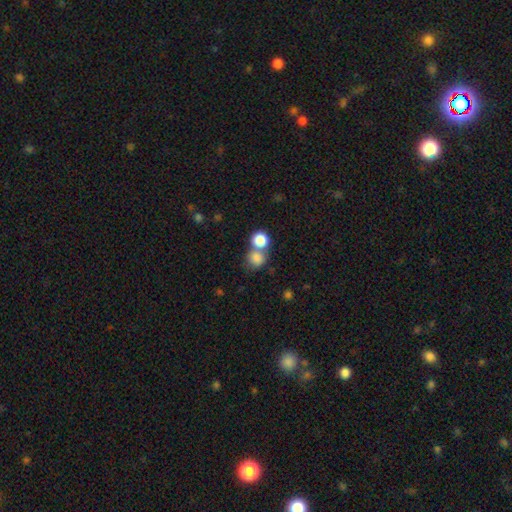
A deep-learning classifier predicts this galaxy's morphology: Overall: smooth (82%). How rounded: round (79%). Merging: merger (47%; none 41%).